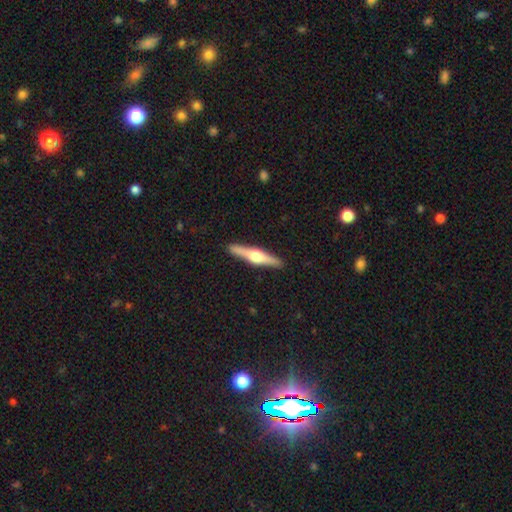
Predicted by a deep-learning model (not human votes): smooth_or_featured: featured or disk (p=0.69) [alt: smooth p=0.26]
disk_edge_on: yes (p=0.97) [alt: no p=0.03]
edge_on_bulge: rounded (p=0.93) [alt: boxy p=0.04]
merging: none (p=0.91) [alt: minor disturbance p=0.06]